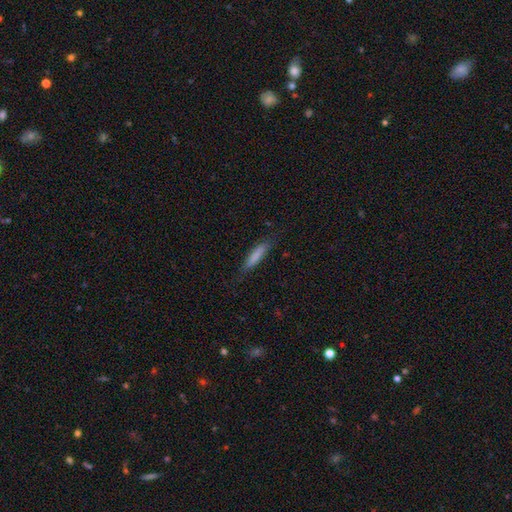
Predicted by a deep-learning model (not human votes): The model was most divided on "merging": none: 78%, minor disturbance: 17%, major disturbance: 4%, merger: 1%. More confident: how rounded — cigar-shaped (84%); smooth or featured — smooth (77%).